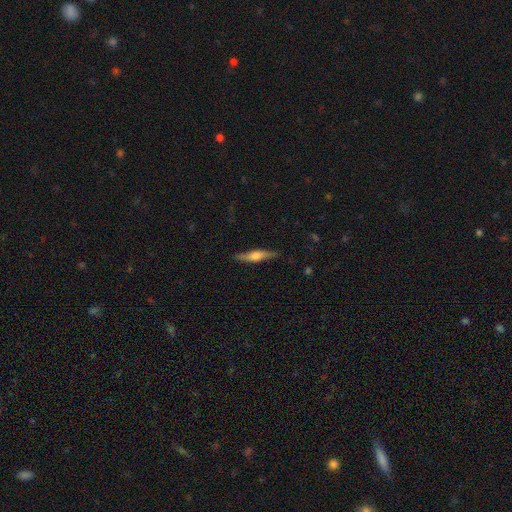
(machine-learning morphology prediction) Q: Smooth or featured?
A: featured or disk (53%); runner-up: smooth (41%)
Q: Edge-on disk?
A: yes (94%); runner-up: no (6%)
Q: Merging?
A: none (86%); runner-up: minor disturbance (11%)